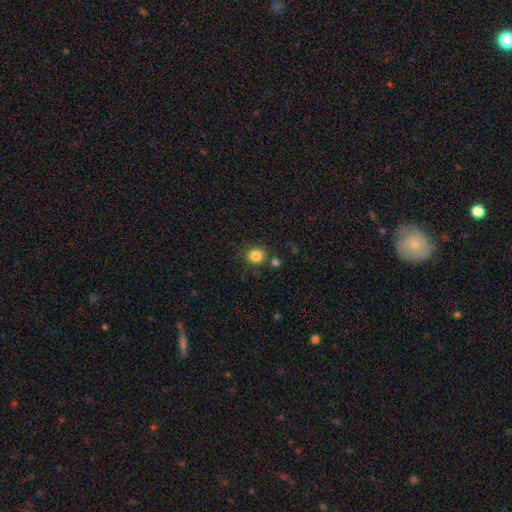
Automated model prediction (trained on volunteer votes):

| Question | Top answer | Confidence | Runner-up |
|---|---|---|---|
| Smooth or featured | smooth | 84% | star or artifact (11%) |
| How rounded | round | 83% | in between (16%) |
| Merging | none | 76% | minor disturbance (11%) |